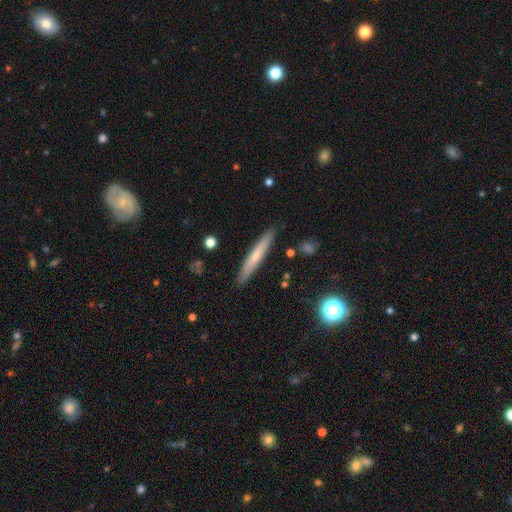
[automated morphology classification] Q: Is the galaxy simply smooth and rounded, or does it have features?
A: smooth — 57%.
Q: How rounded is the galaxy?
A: cigar-shaped — 95%.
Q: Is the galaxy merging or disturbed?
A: none — 90%.